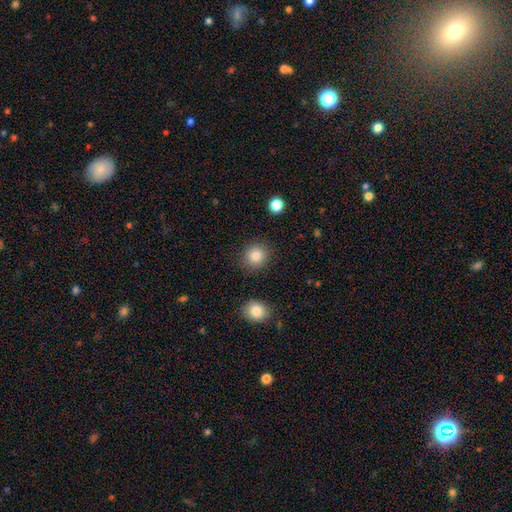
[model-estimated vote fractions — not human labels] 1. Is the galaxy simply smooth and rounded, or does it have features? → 84% smooth, 10% star or artifact, 6% featured or disk.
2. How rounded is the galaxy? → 82% round, 17% in between, 1% cigar-shaped.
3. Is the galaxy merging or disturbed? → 88% none, 7% minor disturbance, 3% major disturbance, 2% merger.